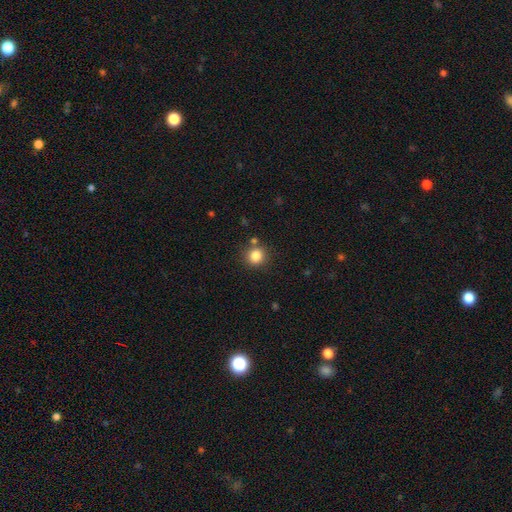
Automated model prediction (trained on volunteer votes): Smooth or featured?
  - smooth: 84% *
  - star or artifact: 11%
  - featured or disk: 5%
How rounded?
  - round: 88% *
  - in between: 11%
  - cigar-shaped: 1%
Merging?
  - none: 81% *
  - minor disturbance: 9%
  - merger: 7%
  - major disturbance: 3%